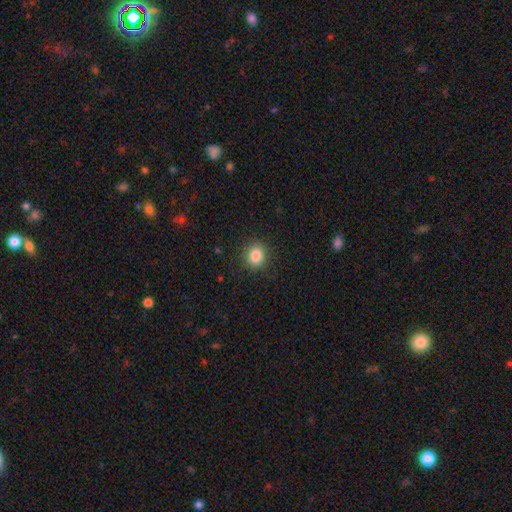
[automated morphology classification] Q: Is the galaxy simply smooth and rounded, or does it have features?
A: smooth — 85%.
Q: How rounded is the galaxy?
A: round — 79%.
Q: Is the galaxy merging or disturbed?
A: none — 89%.